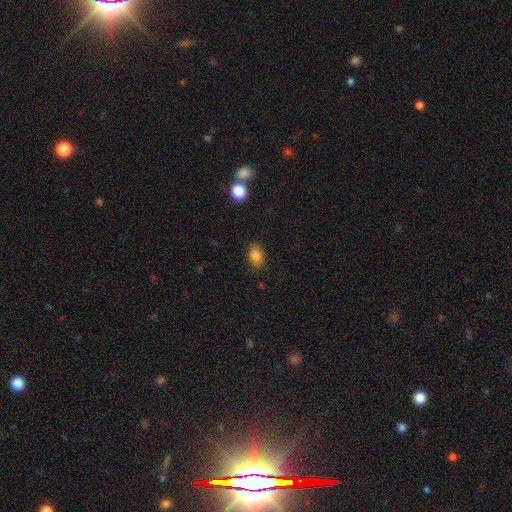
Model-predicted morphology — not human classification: A smooth galaxy with no disk features (85%) that is in between round and cigar-shaped (87%). Merging: none (86%).